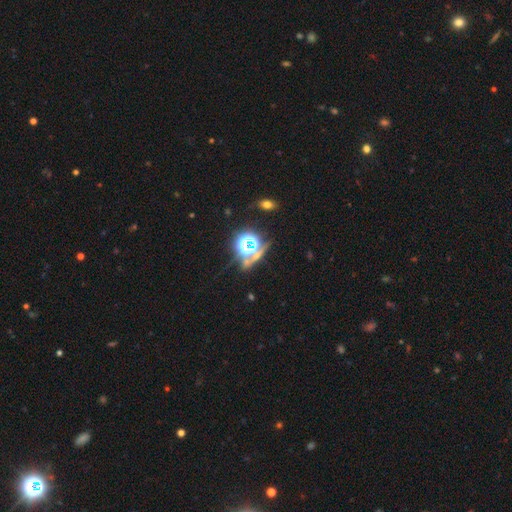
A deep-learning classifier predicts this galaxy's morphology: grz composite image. It shows a star or artifact, not a galaxy (67%).